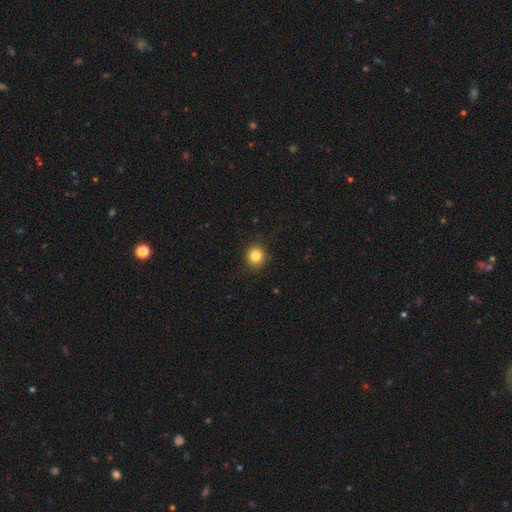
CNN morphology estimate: Smooth or featured: smooth — 83% (star or artifact — 11%)
How rounded: round — 86% (in between — 13%)
Merging: none — 89% (minor disturbance — 8%)